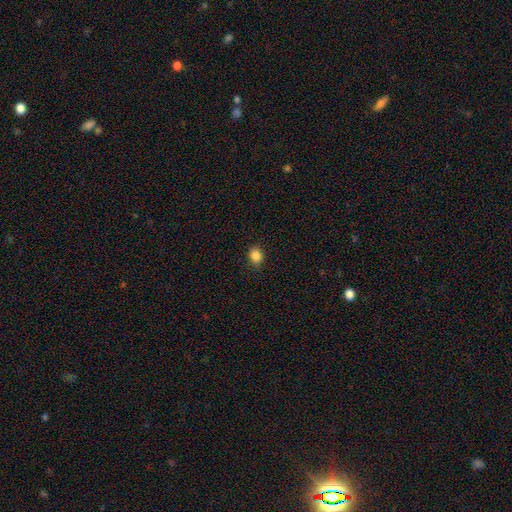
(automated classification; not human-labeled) Morphology: type=smooth (86%); roundness=round (51%); merging=none (88%).